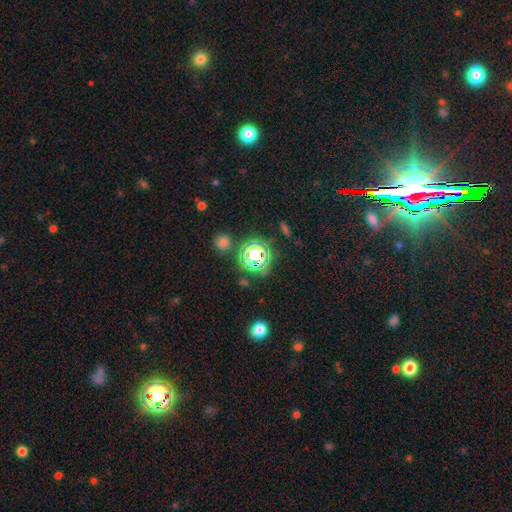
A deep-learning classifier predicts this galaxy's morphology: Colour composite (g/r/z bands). It shows a star or artifact, not a galaxy (75%).